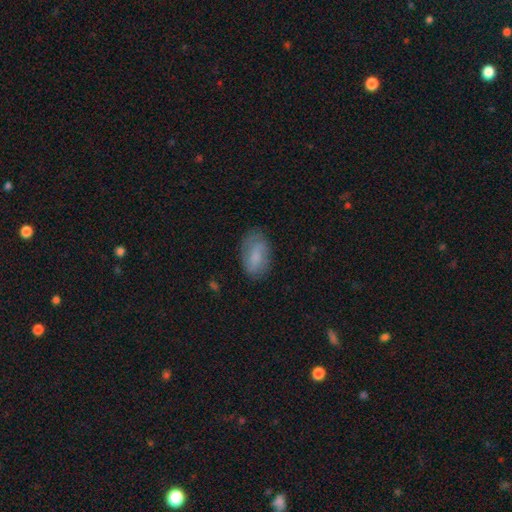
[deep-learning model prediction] smooth-or-featured: smooth: 64% | featured or disk: 28% | star or artifact: 8%
  how-rounded: in between: 90% | round: 7% | cigar-shaped: 3%
  merging: none: 71% | minor disturbance: 21% | major disturbance: 7% | merger: 1%